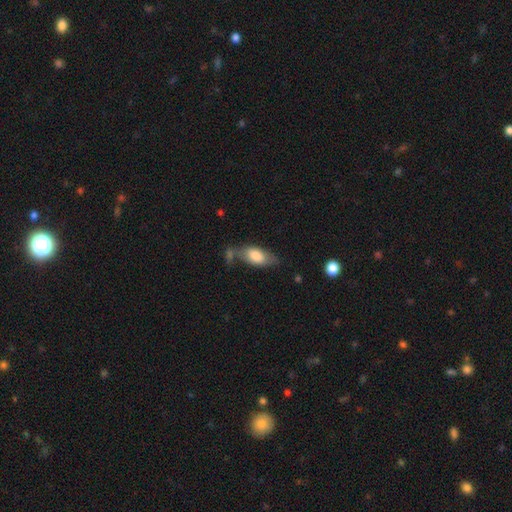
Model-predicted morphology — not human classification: smooth-or-featured: smooth: 76% | featured or disk: 18% | star or artifact: 6%
  how-rounded: in between: 88% | cigar-shaped: 9% | round: 3%
  merging: none: 50% | minor disturbance: 24% | merger: 16% | major disturbance: 10%